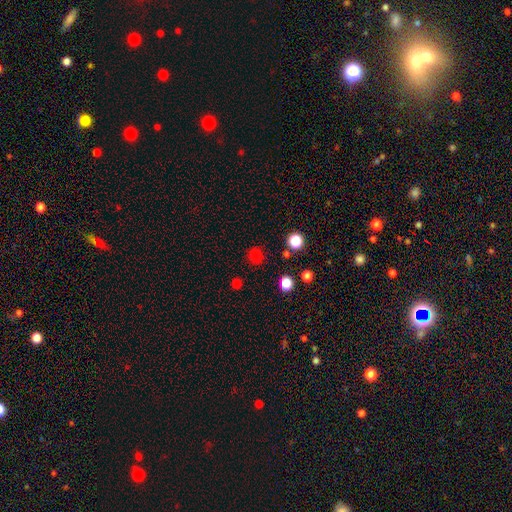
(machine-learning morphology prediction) A smooth galaxy with no disk features (75%) that is round (89%).

Vote fractions:
- Smooth or featured? smooth: 75% / star or artifact: 21% / featured or disk: 4%
- How rounded? round: 89% / in between: 10% / cigar-shaped: 1%
- Merging? none: 86% / minor disturbance: 8% / major disturbance: 3% / merger: 3%